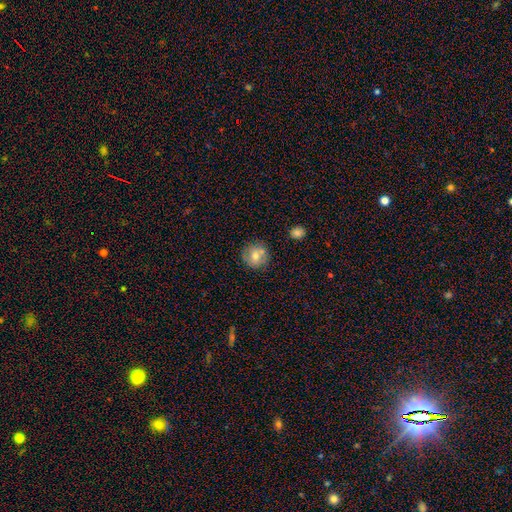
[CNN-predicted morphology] This is likely a smooth galaxy (68%). How rounded: clearly round (90%). Merging: likely none (76%).